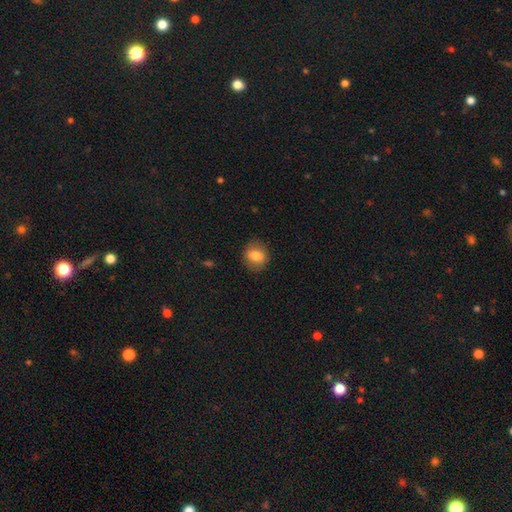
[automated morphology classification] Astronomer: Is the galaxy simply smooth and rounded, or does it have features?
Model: smooth — 74%.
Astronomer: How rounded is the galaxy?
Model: round — 64%.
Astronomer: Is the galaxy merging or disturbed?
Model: none — 86%.